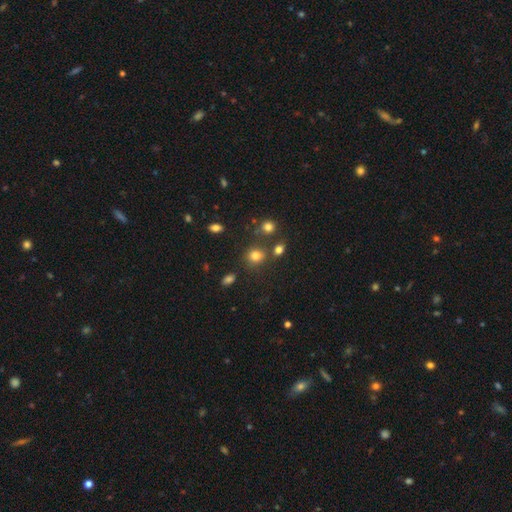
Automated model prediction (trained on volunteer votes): smooth_or_featured: smooth (p=0.77) [alt: star or artifact p=0.15]
how_rounded: round (p=0.74) [alt: in between p=0.25]
merging: none (p=0.72) [alt: minor disturbance p=0.12]